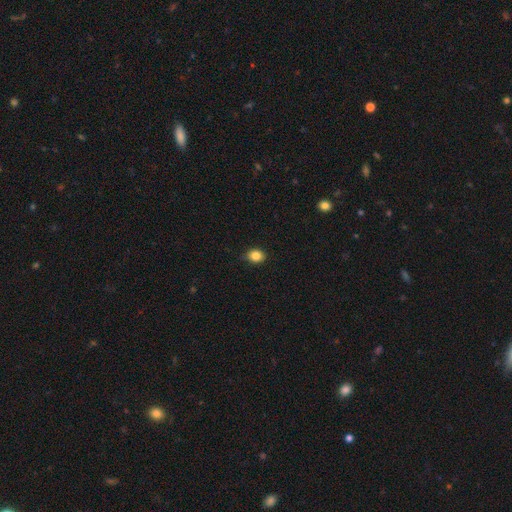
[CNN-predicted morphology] smooth_or_featured: smooth (p=0.85) [alt: star or artifact p=0.10]
how_rounded: round (p=0.59) [alt: in between p=0.40]
merging: none (p=0.83) [alt: minor disturbance p=0.14]